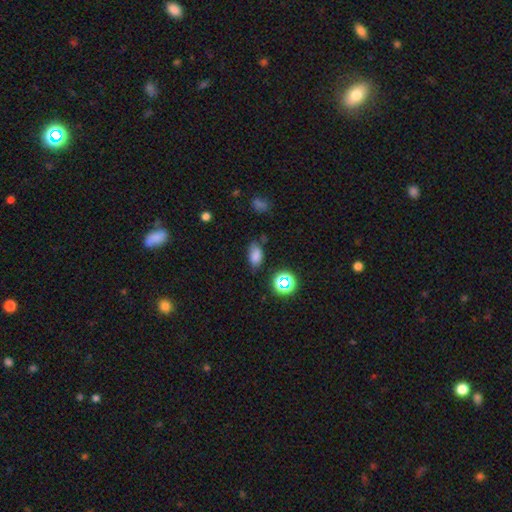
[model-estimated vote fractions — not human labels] smooth 76%, star or artifact 17%, featured or disk 7%. Down the decision tree: how rounded — in between (87%); merging — none (67%).